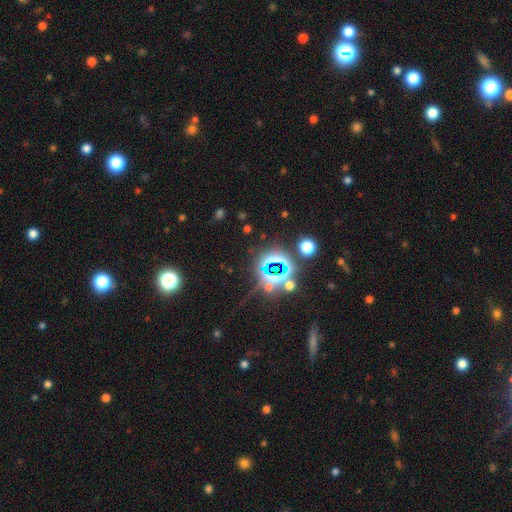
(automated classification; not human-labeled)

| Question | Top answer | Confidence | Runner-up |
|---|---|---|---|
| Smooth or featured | star or artifact | 80% | smooth (12%) |